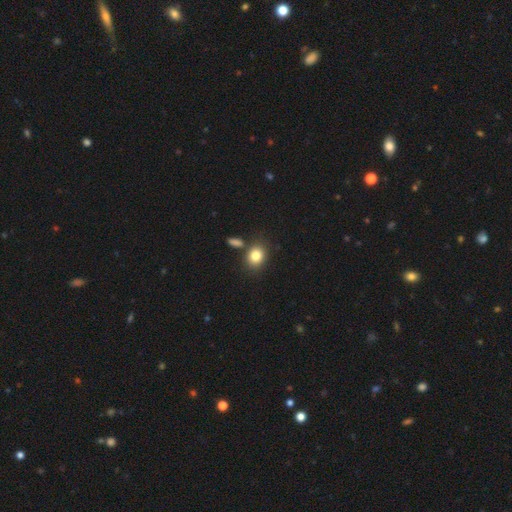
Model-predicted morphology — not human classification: Overall: smooth (82%). How rounded: round (55%; in between 44%). Merging: none (73%).